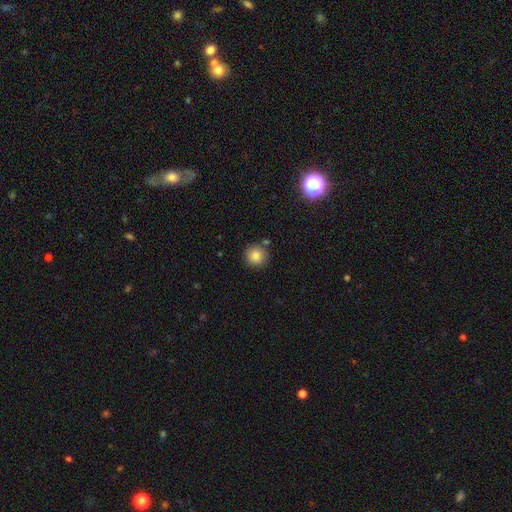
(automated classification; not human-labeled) A smooth galaxy with no disk features (85%) that is round (94%). Merging: none (81%).